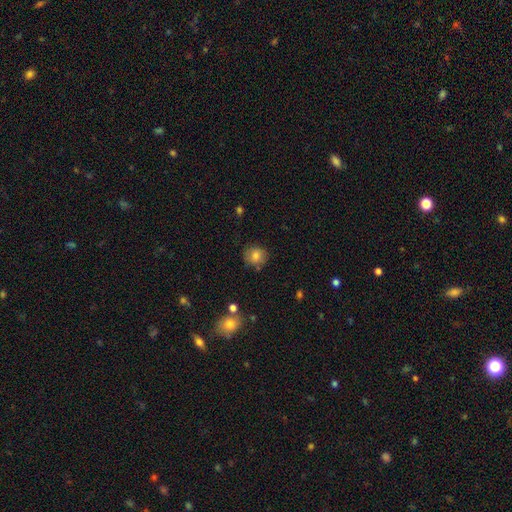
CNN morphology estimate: A smooth galaxy with no disk features (79%) that is round (81%).

Vote fractions:
- Smooth or featured? smooth: 79% / featured or disk: 11% / star or artifact: 10%
- How rounded? round: 81% / in between: 18% / cigar-shaped: 1%
- Merging? none: 78% / minor disturbance: 15% / major disturbance: 4% / merger: 3%